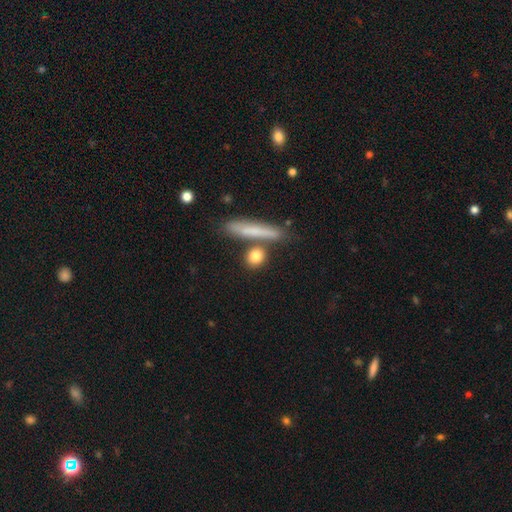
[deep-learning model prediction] Smooth or featured? Predicted: smooth (p=0.80). How rounded? Predicted: round (p=0.51). Merging? Predicted: none (p=0.72).